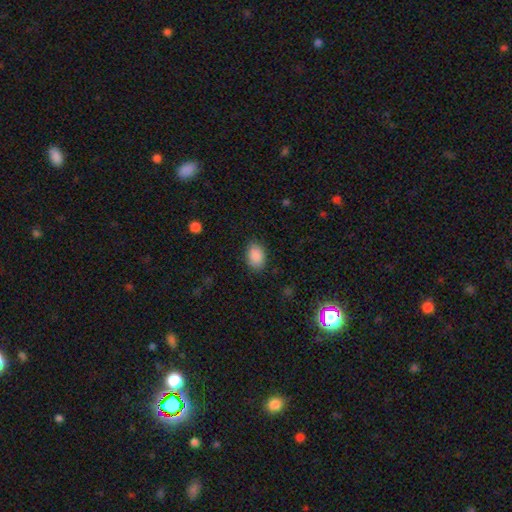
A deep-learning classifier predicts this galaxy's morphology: Q: Smooth or featured?
A: smooth (89%); runner-up: star or artifact (7%)
Q: How rounded?
A: in between (82%); runner-up: round (17%)
Q: Merging?
A: none (85%); runner-up: minor disturbance (11%)